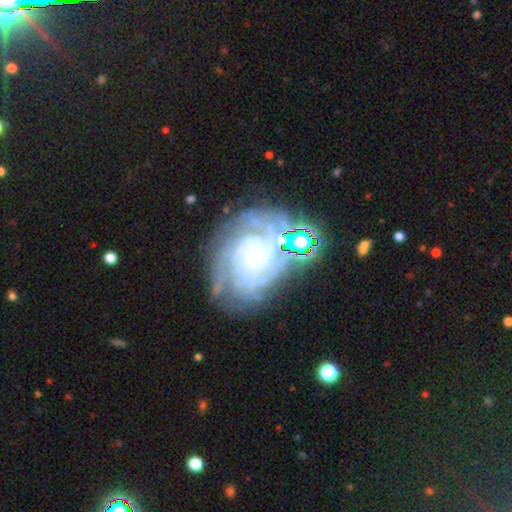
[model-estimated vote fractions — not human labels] smooth_or_featured: featured or disk (p=0.84) [alt: star or artifact p=0.09]
disk_edge_on: no (p=0.97) [alt: yes p=0.03]
bar: no (p=0.64) [alt: weak p=0.26]
has_spiral_arms: yes (p=0.97) [alt: no p=0.03]
spiral_winding: tight (p=0.78) [alt: medium p=0.18]
spiral_arm_count: can't tell (p=0.29) [alt: 4 p=0.19]
bulge_size: small (p=0.80) [alt: moderate p=0.12]
merging: none (p=0.63) [alt: minor disturbance p=0.20]